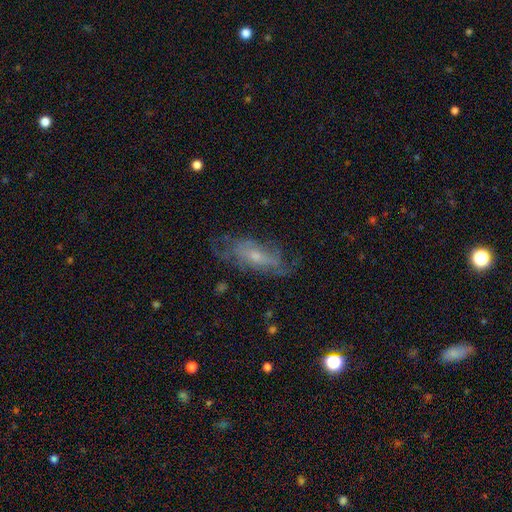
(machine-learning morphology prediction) Smooth or featured? Predicted: featured or disk (p=0.68). Edge-on disk? Predicted: no (p=0.85). Bar? Predicted: no (p=0.62). Spiral arms? Predicted: yes (p=0.81). Bulge size? Predicted: small (p=0.59). Merging? Predicted: none (p=0.63).